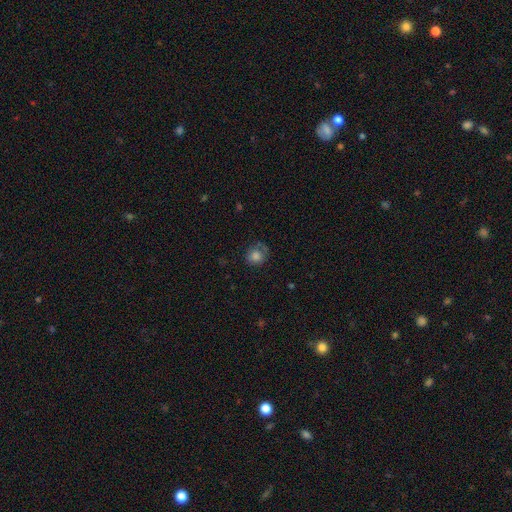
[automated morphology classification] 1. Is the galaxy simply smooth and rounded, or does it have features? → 77% smooth, 13% featured or disk, 10% star or artifact.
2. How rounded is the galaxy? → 79% round, 20% in between, 1% cigar-shaped.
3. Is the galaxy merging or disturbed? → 58% none, 25% minor disturbance, 15% major disturbance, 3% merger.